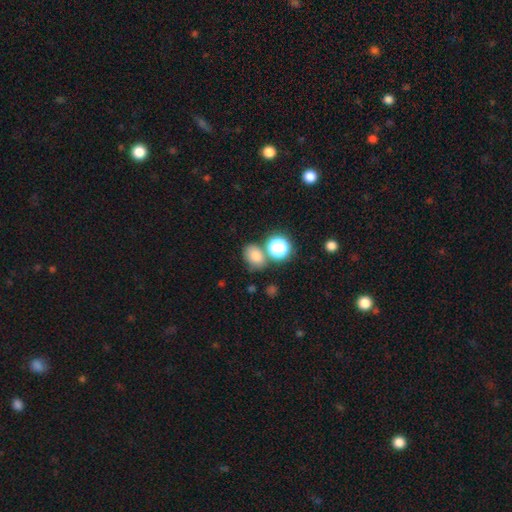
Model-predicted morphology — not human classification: This appears to be a smooth galaxy with no disk features (77%) that is in between round and cigar-shaped (57%). Merging: none (63%).